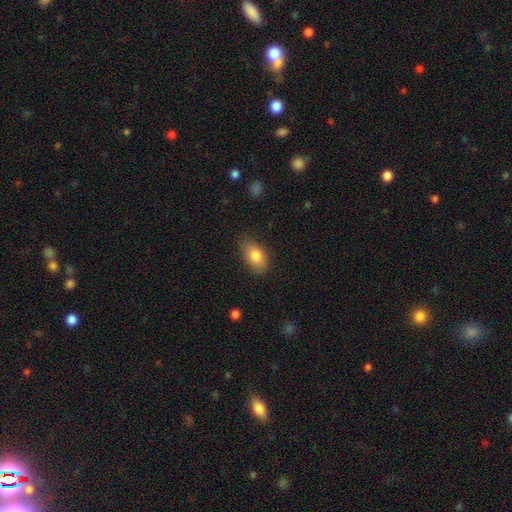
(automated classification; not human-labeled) Smooth or featured: smooth — 81% (featured or disk — 11%)
How rounded: in between — 90% (round — 8%)
Merging: none — 78% (minor disturbance — 17%)